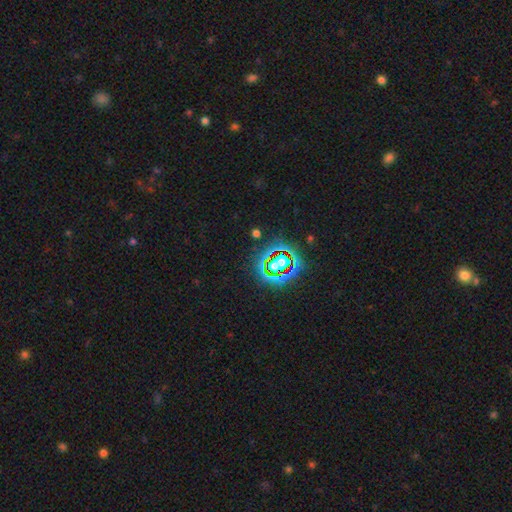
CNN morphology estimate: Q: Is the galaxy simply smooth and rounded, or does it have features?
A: star or artifact — 80%.